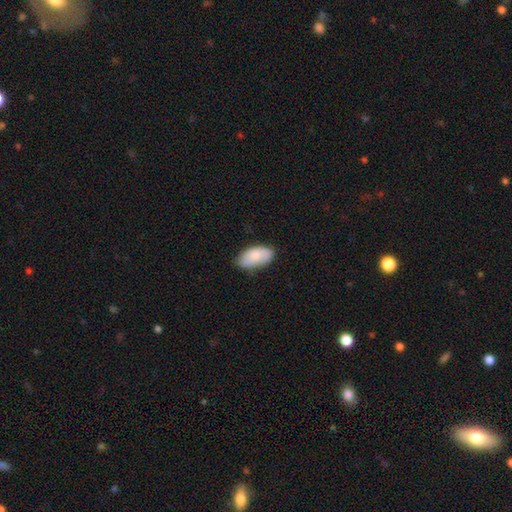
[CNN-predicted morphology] This is clearly a smooth galaxy (82%). How rounded: clearly in between (95%). Merging: likely none (71%).